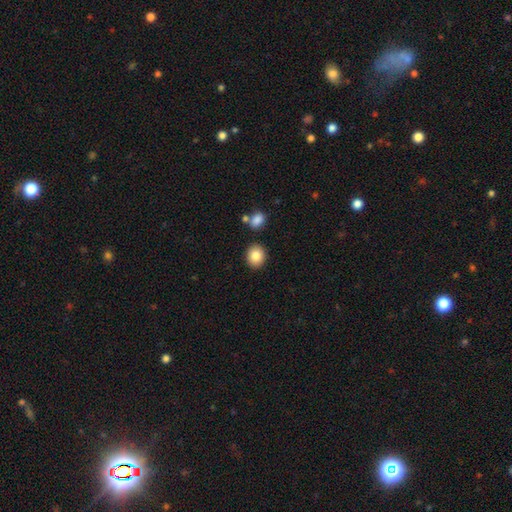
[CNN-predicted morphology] Q: Smooth or featured?
A: smooth (85%); runner-up: star or artifact (9%)
Q: How rounded?
A: round (69%); runner-up: in between (30%)
Q: Merging?
A: none (86%); runner-up: minor disturbance (8%)